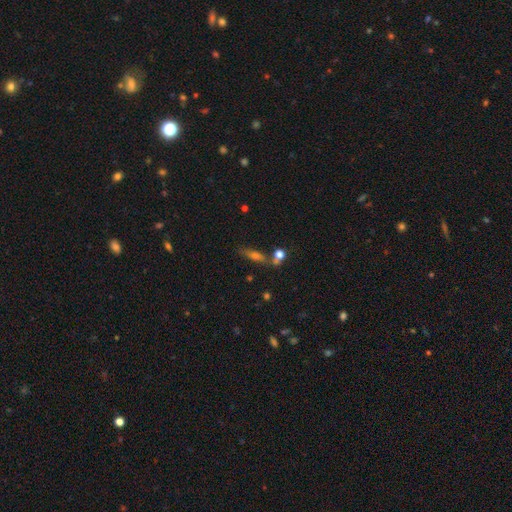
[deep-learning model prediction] Smooth or featured? smooth (47%)
Merging? none (64%)